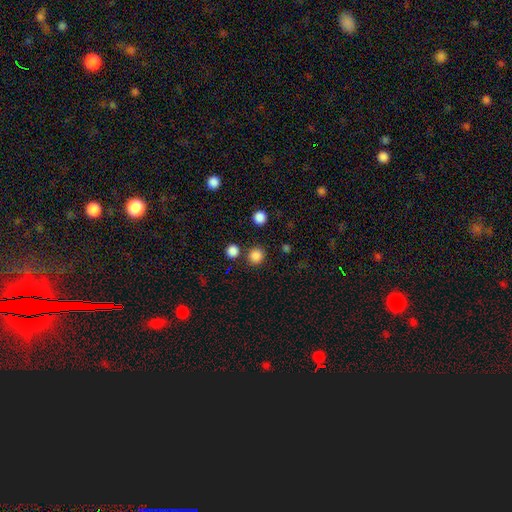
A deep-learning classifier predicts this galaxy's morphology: This appears to be a smooth galaxy with no disk features (84%) that is round (92%). Merging: none (83%).